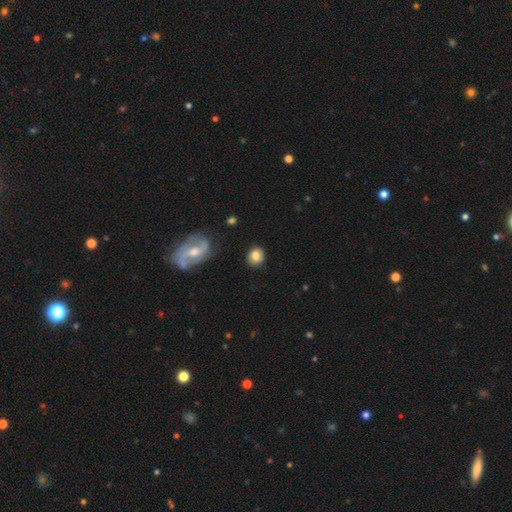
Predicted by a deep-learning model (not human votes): Smooth or featured? smooth (78%)
How rounded? round (73%)
Merging? none (83%)